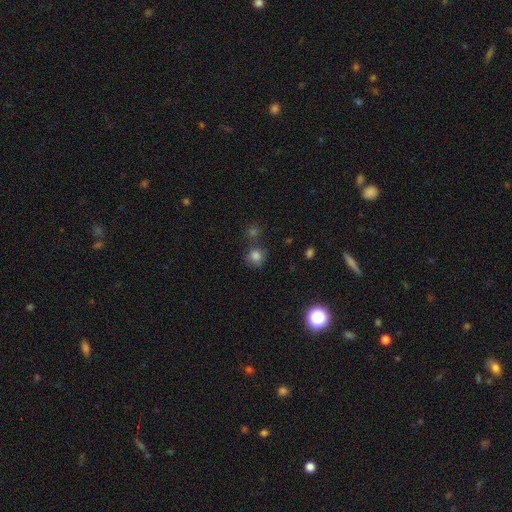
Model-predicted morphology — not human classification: Q: Smooth or featured?
A: smooth (78%); runner-up: star or artifact (15%)
Q: How rounded?
A: round (85%); runner-up: in between (14%)
Q: Merging?
A: none (65%); runner-up: merger (16%)